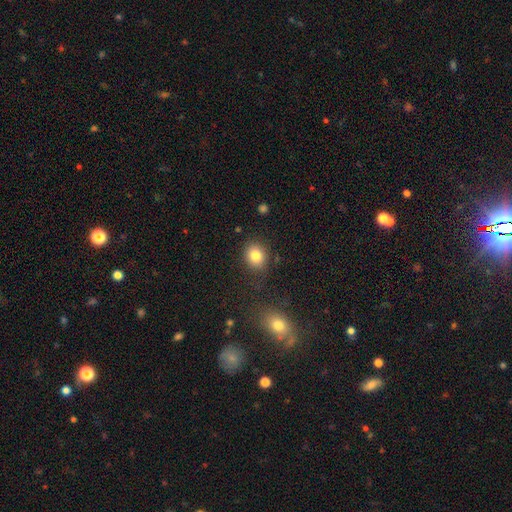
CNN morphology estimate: Smooth or featured? Predicted: smooth (p=0.82). How rounded? Predicted: round (p=0.64). Merging? Predicted: none (p=0.83).